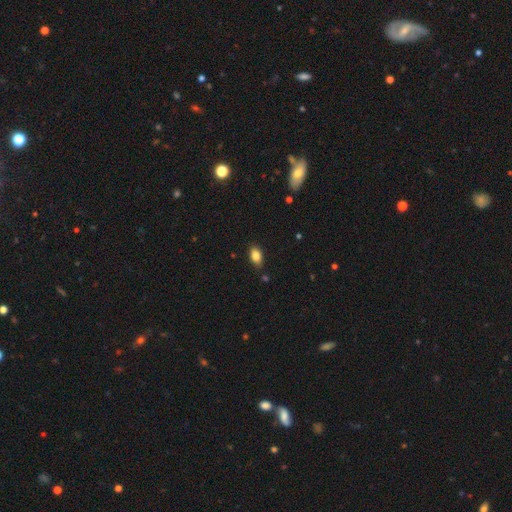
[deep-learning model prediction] smooth 84%, star or artifact 8%, featured or disk 8%. Down the decision tree: how rounded — in between (89%); merging — none (84%).